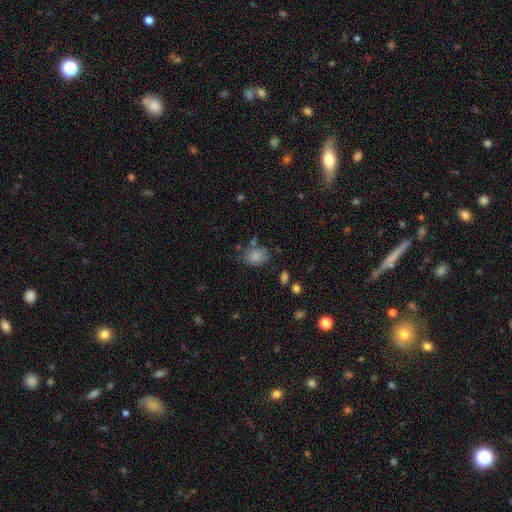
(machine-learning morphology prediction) The model was most divided on "merging": none: 56%, minor disturbance: 28%, major disturbance: 9%, merger: 7%. More confident: smooth or featured — smooth (79%); how rounded — in between (76%).